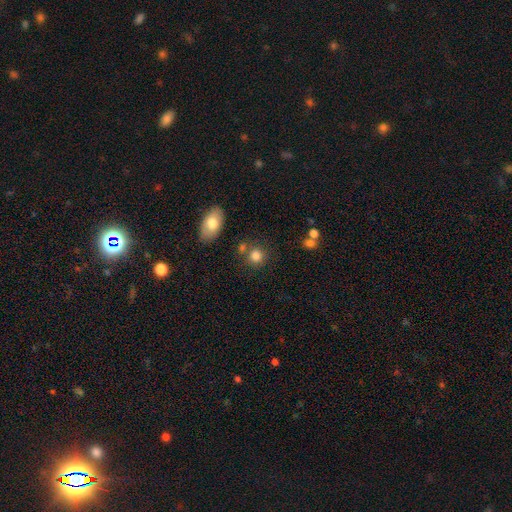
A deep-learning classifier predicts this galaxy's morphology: smooth-or-featured: smooth: 82% | star or artifact: 11% | featured or disk: 7%
  how-rounded: round: 84% | in between: 14% | cigar-shaped: 1%
  merging: none: 72% | merger: 14% | minor disturbance: 10% | major disturbance: 4%